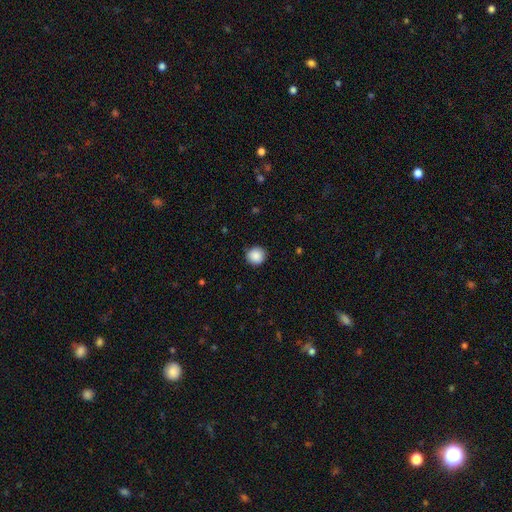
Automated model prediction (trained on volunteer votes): This appears to be a smooth galaxy with no disk features (89%) that is round (93%). Merging: none (89%).